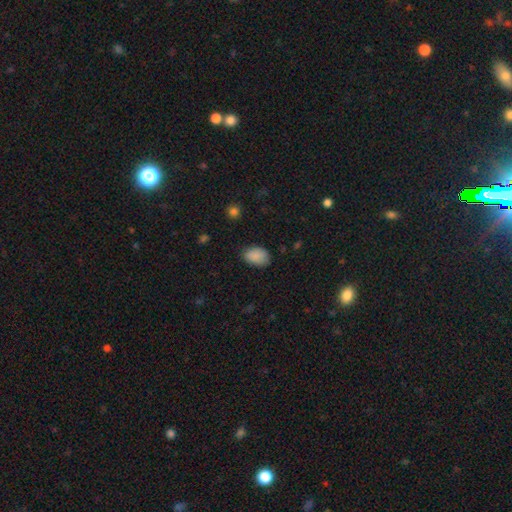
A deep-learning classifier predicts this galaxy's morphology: smooth-or-featured: smooth: 88% | star or artifact: 8% | featured or disk: 4%
  how-rounded: in between: 86% | round: 13% | cigar-shaped: 1%
  merging: none: 76% | minor disturbance: 19% | major disturbance: 4% | merger: 1%